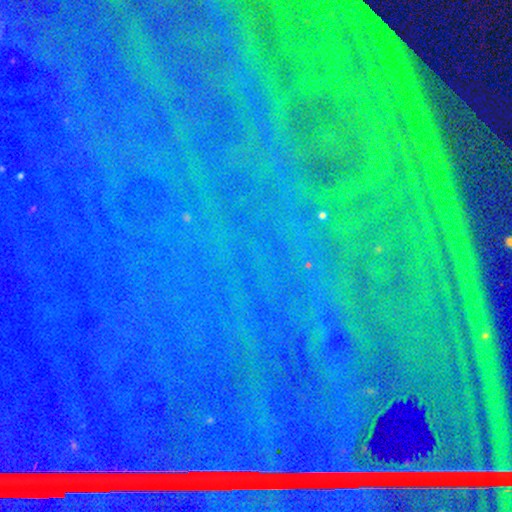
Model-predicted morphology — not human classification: A star or artifact, not a galaxy (84%).